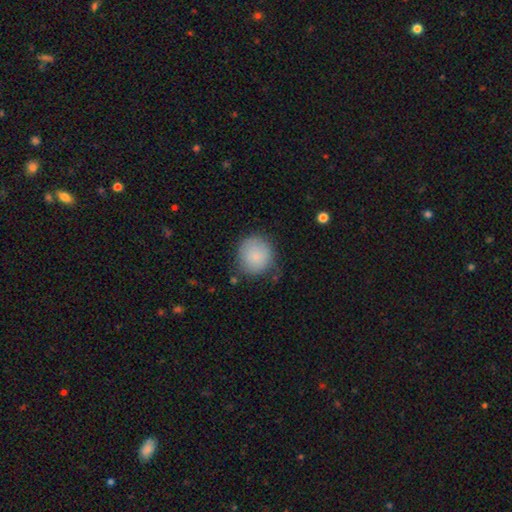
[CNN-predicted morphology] Overall: smooth (84%). How rounded: round (88%). Merging: none (71%).